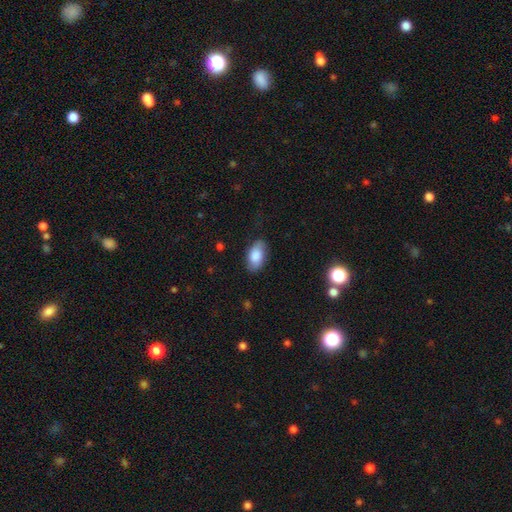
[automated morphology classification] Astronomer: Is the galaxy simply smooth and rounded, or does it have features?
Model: smooth — 80%.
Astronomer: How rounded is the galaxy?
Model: in between — 94%.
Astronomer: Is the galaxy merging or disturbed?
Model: none — 80%.